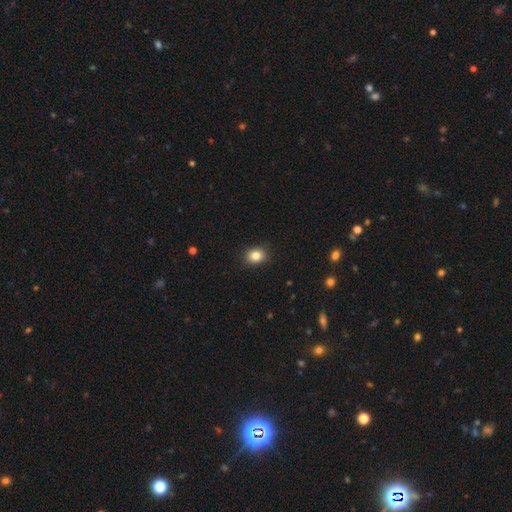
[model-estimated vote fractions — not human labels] Smooth or featured?
  - smooth: 85% *
  - star or artifact: 10%
  - featured or disk: 5%
How rounded?
  - round: 51% *
  - in between: 48%
  - cigar-shaped: 1%
Merging?
  - none: 89% *
  - minor disturbance: 8%
  - major disturbance: 2%
  - merger: 1%